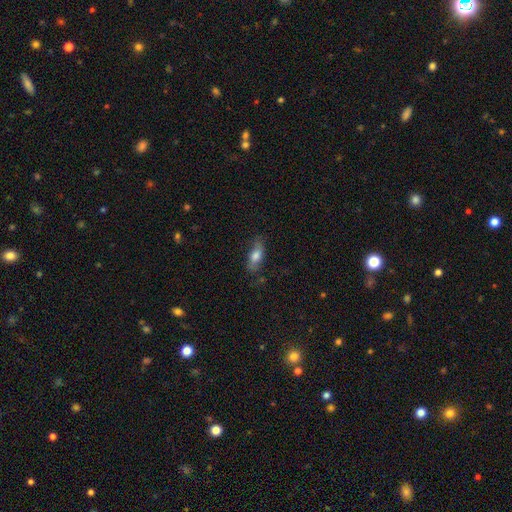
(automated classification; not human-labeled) This appears to be a smooth galaxy with no disk features (70%) that is in between round and cigar-shaped (75%). Merging: none (68%).